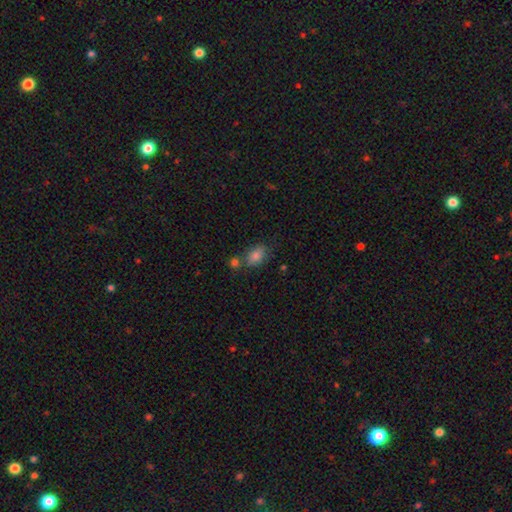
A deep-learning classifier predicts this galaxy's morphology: Smooth or featured? smooth (81%)
How rounded? in between (83%)
Merging? none (60%)